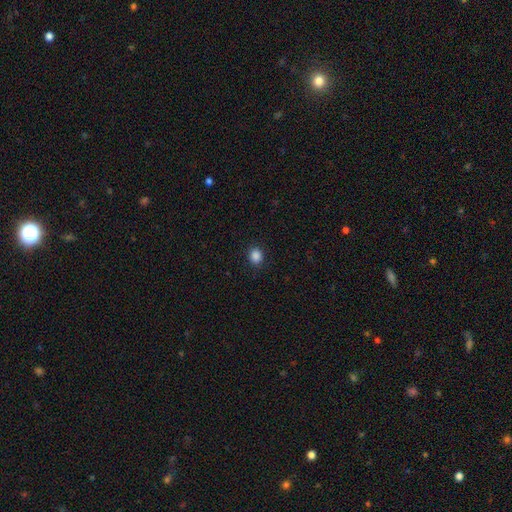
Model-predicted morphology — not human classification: Smooth or featured?
  - smooth: 87% *
  - star or artifact: 10%
  - featured or disk: 3%
How rounded?
  - round: 68% *
  - in between: 31%
  - cigar-shaped: 1%
Merging?
  - none: 90% *
  - minor disturbance: 7%
  - major disturbance: 2%
  - merger: 1%